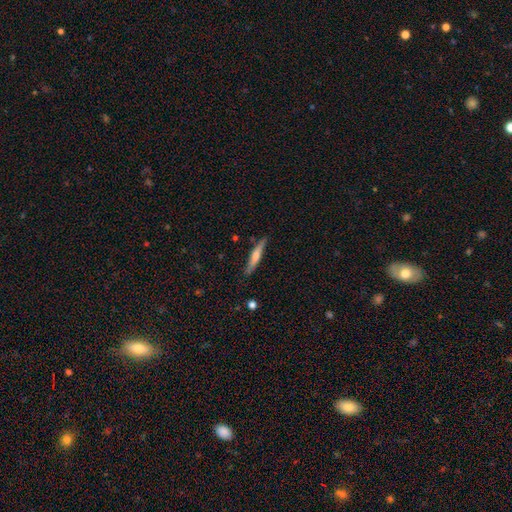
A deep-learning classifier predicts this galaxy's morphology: Smooth or featured: featured or disk — 51% (smooth — 43%)
Edge-on disk: yes — 95% (no — 5%)
Merging: none — 87% (minor disturbance — 10%)